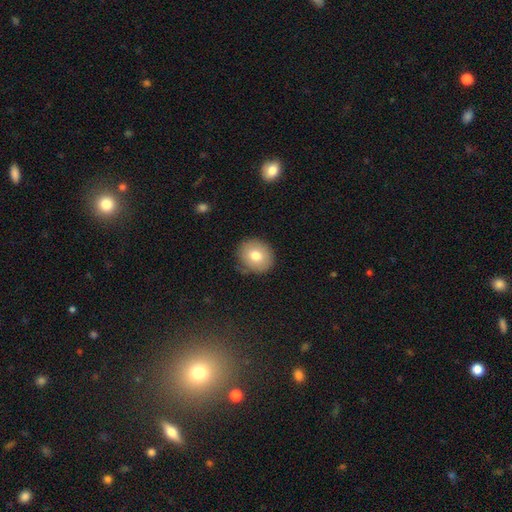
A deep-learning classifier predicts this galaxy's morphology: This is likely a smooth galaxy (77%). How rounded: likely round (75%). Merging: clearly none (85%).